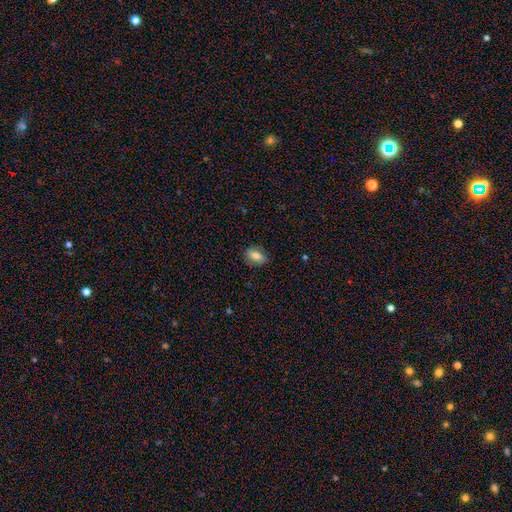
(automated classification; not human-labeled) smooth 71%, featured or disk 20%, star or artifact 9%. Down the decision tree: how rounded — in between (80%); merging — none (82%).